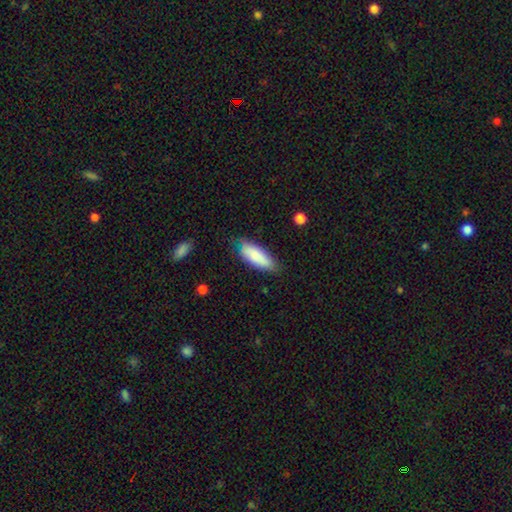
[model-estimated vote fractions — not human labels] Smooth or featured? smooth (82%)
How rounded? in between (72%)
Merging? none (70%)